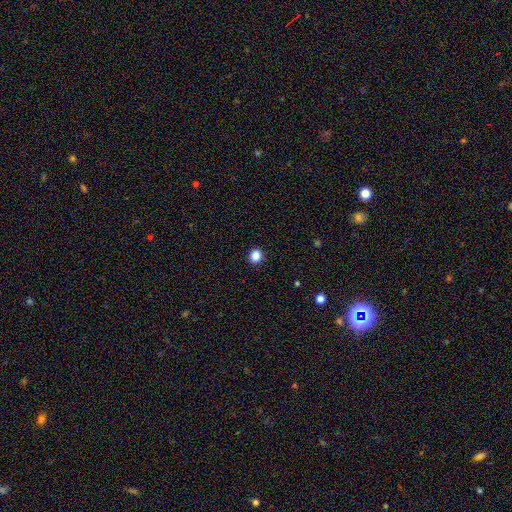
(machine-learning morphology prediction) A smooth galaxy with no disk features (86%) that is round (76%). Merging: none (92%).